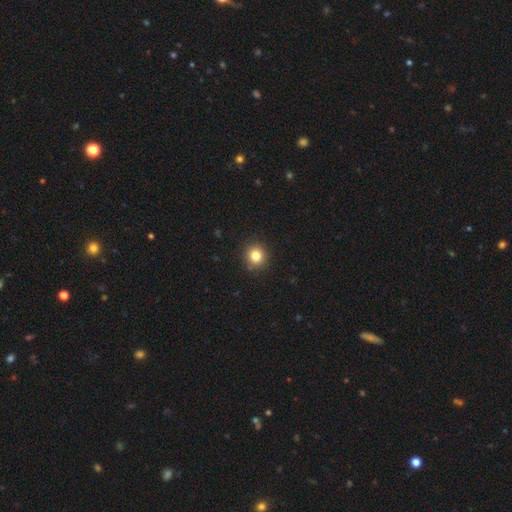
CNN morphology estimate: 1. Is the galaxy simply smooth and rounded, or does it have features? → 82% smooth, 12% star or artifact, 6% featured or disk.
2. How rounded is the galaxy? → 90% round, 9% in between, 1% cigar-shaped.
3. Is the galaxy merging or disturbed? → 90% none, 7% minor disturbance, 2% major disturbance, 1% merger.